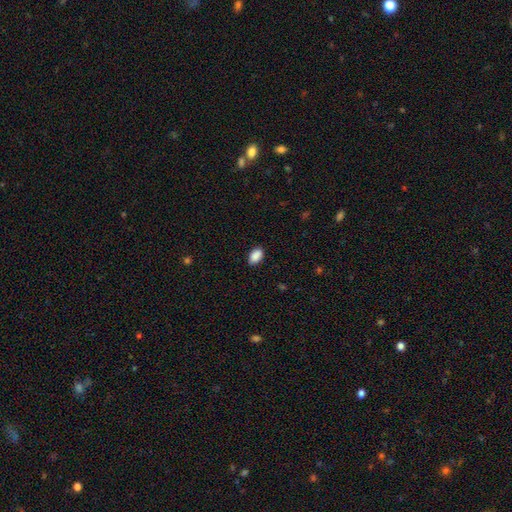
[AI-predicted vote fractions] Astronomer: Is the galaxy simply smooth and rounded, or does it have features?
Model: smooth — 90%.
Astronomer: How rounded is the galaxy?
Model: in between — 92%.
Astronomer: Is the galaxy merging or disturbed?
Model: none — 86%.